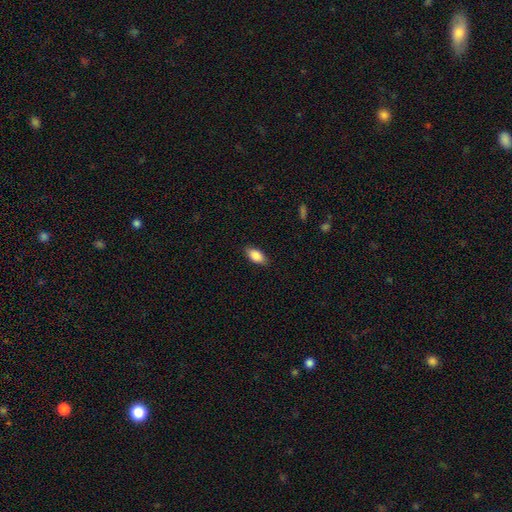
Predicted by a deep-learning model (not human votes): smooth-or-featured: smooth: 87% | star or artifact: 7% | featured or disk: 6%
  how-rounded: in between: 89% | cigar-shaped: 8% | round: 3%
  merging: none: 86% | minor disturbance: 11% | major disturbance: 2% | merger: 1%